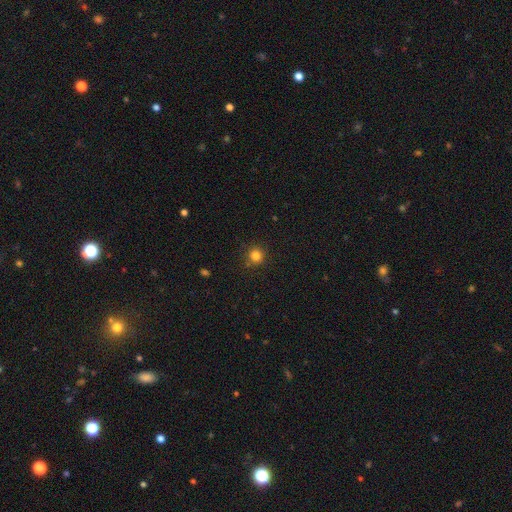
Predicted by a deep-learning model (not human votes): smooth 82%, star or artifact 14%, featured or disk 5%. Down the decision tree: how rounded — round (94%); merging — none (88%).